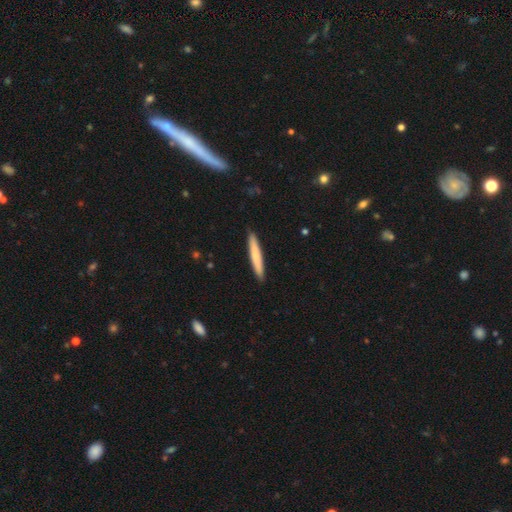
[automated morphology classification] smooth_or_featured: smooth (p=0.74) [alt: featured or disk p=0.21]
how_rounded: cigar-shaped (p=0.95) [alt: in between p=0.04]
merging: none (p=0.92) [alt: minor disturbance p=0.06]